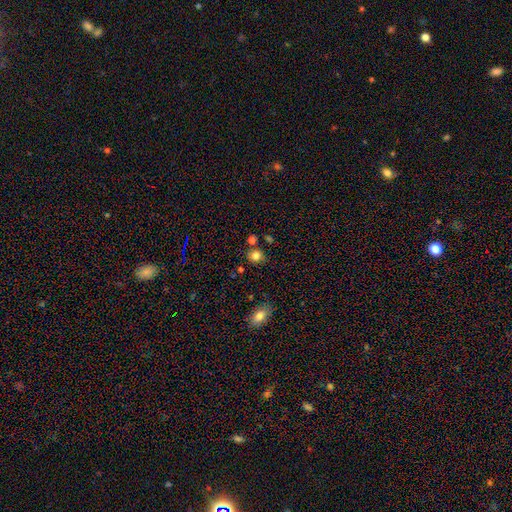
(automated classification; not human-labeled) A smooth galaxy with no disk features (83%) that is round (76%). Merging: none (74%).